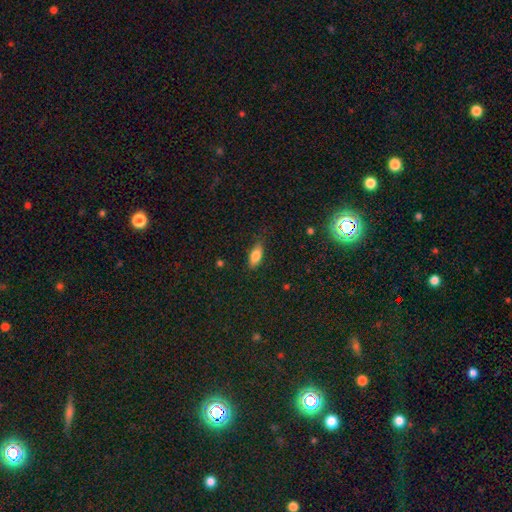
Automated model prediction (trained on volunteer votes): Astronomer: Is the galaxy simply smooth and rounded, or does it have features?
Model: smooth — 78%.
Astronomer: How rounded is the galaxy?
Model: in between — 81%.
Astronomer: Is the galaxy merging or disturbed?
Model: none — 80%.